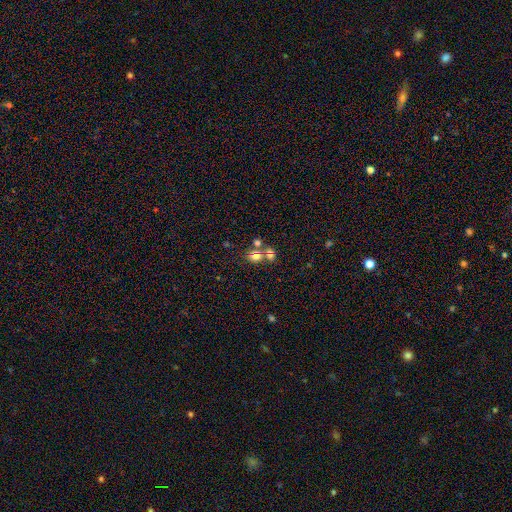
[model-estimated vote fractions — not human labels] This is likely a smooth galaxy (67%). How rounded: possibly round (54%). Merging: possibly merger (48%).